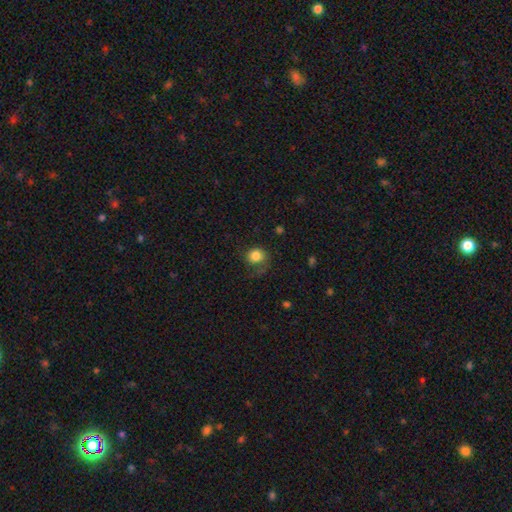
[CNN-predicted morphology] Q: Smooth or featured?
A: smooth (81%); runner-up: featured or disk (10%)
Q: How rounded?
A: round (79%); runner-up: in between (20%)
Q: Merging?
A: none (53%); runner-up: major disturbance (23%)